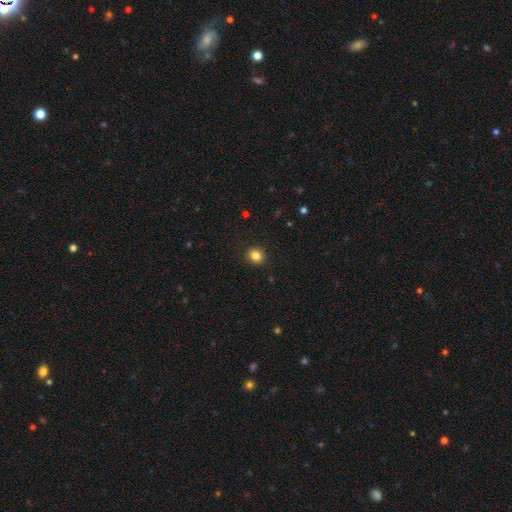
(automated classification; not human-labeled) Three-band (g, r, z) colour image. It shows a smooth galaxy with no disk features (84%) that is round (83%). Merging: none (92%).